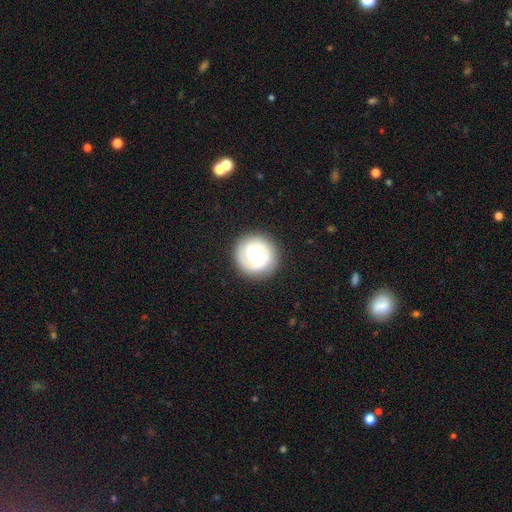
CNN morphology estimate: smooth-or-featured: featured or disk: 78% | smooth: 17% | star or artifact: 5%
  disk-edge-on: no: 98% | yes: 2%
    bar: weak: 44% | no: 37% | strong: 19%
    has-spiral-arms: yes: 92% | no: 8%
      spiral-winding: tight: 56% | medium: 34% | loose: 9%
      spiral-arm-count: 2: 74% | can't tell: 8% | 3: 7% | 1: 7% | 4: 2% | more than 4: 2%
    bulge-size: moderate: 51% | large: 32% | small: 10% | dominant: 4% | none: 2%
  merging: none: 86% | minor disturbance: 9% | major disturbance: 4% | merger: 1%